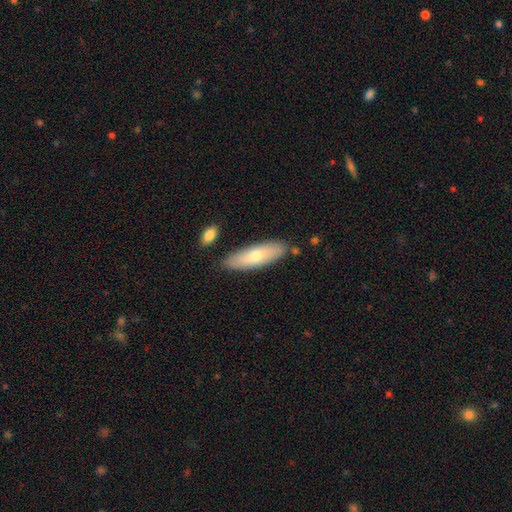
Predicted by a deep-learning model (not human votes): smooth_or_featured: smooth (p=0.69) [alt: featured or disk p=0.25]
how_rounded: cigar-shaped (p=0.49) [tied with: in between p=0.49]
merging: none (p=0.82) [alt: minor disturbance p=0.11]